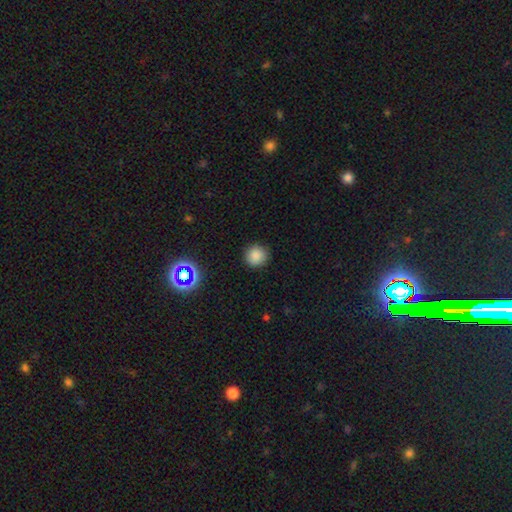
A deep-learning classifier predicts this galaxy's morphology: The model was most divided on "smooth or featured": smooth: 84%, star or artifact: 12%, featured or disk: 4%. More confident: how rounded — round (93%); merging — none (90%).